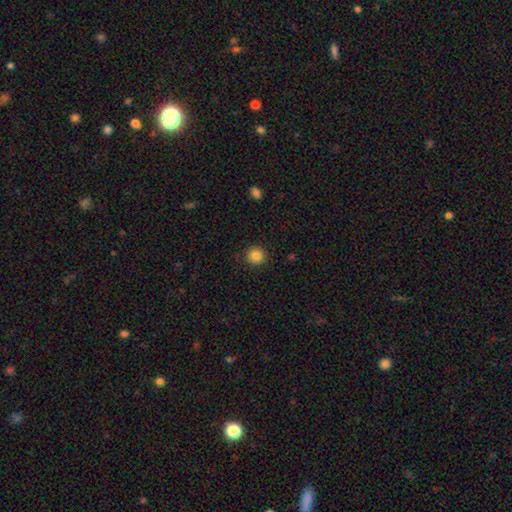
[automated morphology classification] A smooth galaxy with no disk features (85%) that is round (94%).

Vote fractions:
- Smooth or featured? smooth: 85% / star or artifact: 10% / featured or disk: 5%
- How rounded? round: 94% / in between: 5% / cigar-shaped: 1%
- Merging? none: 91% / minor disturbance: 6% / major disturbance: 2% / merger: 1%